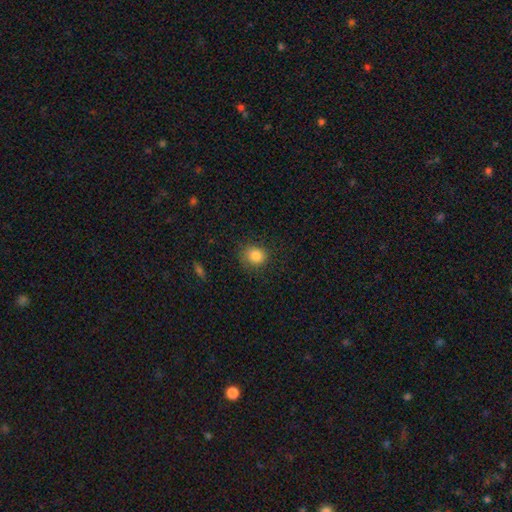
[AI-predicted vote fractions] Morphology: type=smooth (84%); roundness=round (76%); merging=none (81%).